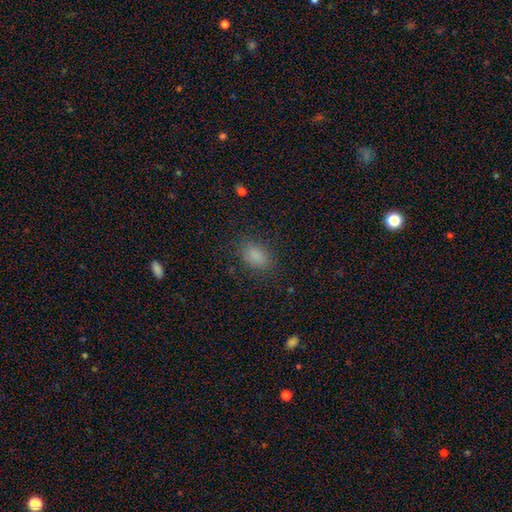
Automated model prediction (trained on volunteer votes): A smooth galaxy with no disk features (83%) that is in between round and cigar-shaped (81%). Merging: none (81%).